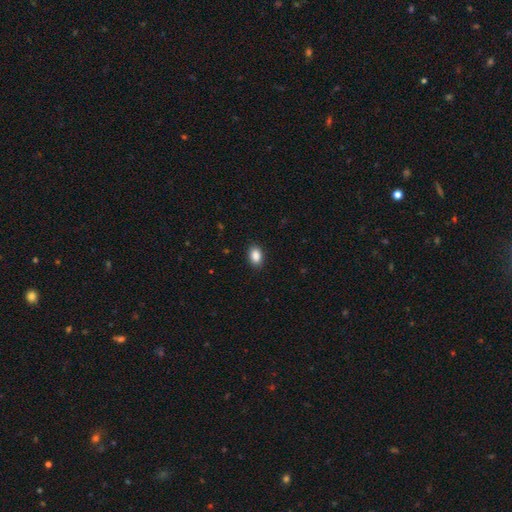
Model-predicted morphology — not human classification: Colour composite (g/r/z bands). It shows a smooth galaxy with no disk features (88%) that is in between round and cigar-shaped (85%). Merging: none (88%).